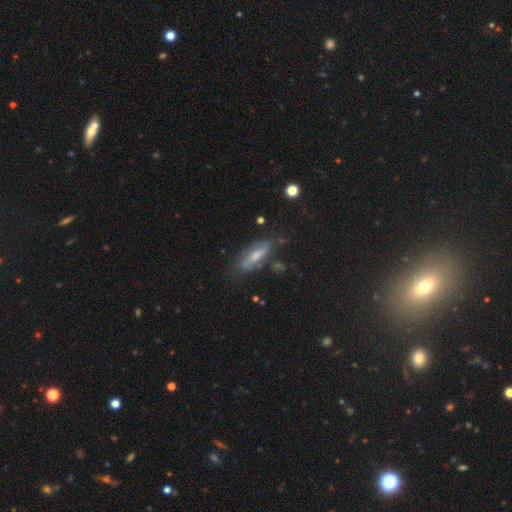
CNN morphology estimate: type=featured or disk (51%); edge-on=no (74%); merging=none (68%).